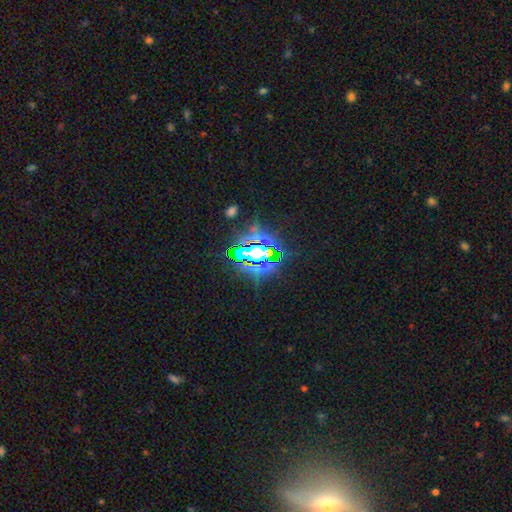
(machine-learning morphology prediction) star or artifact 82%, smooth 10%, featured or disk 8%.